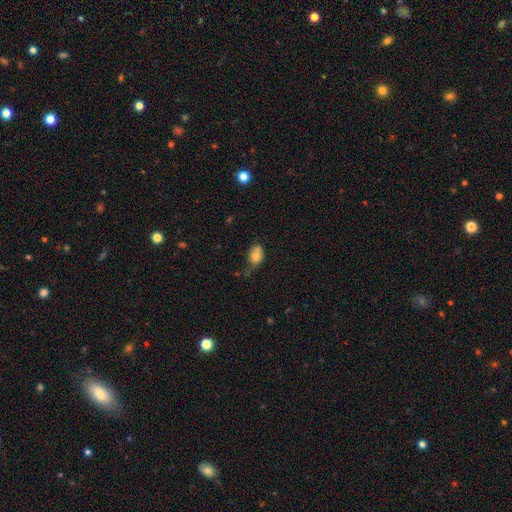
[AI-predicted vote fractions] This is likely a smooth galaxy (73%). How rounded: likely in between (73%). Merging: marginally minor disturbance (34%).